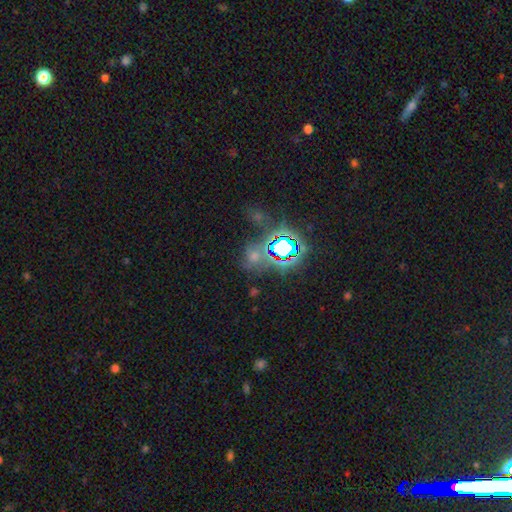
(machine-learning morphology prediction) Smooth or featured?
  - star or artifact: 56% *
  - smooth: 30%
  - featured or disk: 14%